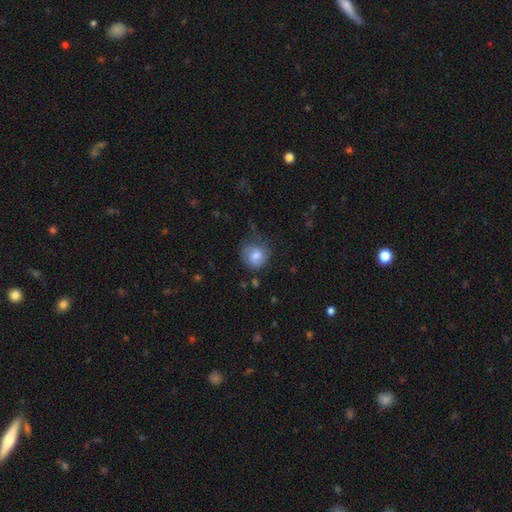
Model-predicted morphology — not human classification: Smooth or featured? Predicted: smooth (p=0.72). How rounded? Predicted: round (p=0.79). Merging? Predicted: none (p=0.55).